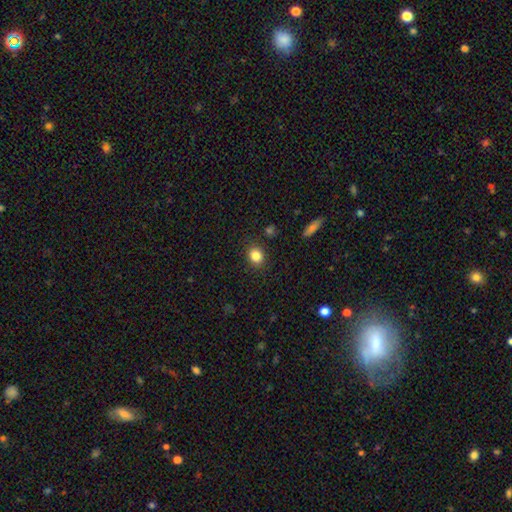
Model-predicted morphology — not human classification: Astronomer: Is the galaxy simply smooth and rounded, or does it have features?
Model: smooth — 84%.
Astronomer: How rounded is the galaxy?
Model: round — 62%.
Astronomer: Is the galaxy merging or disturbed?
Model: none — 87%.